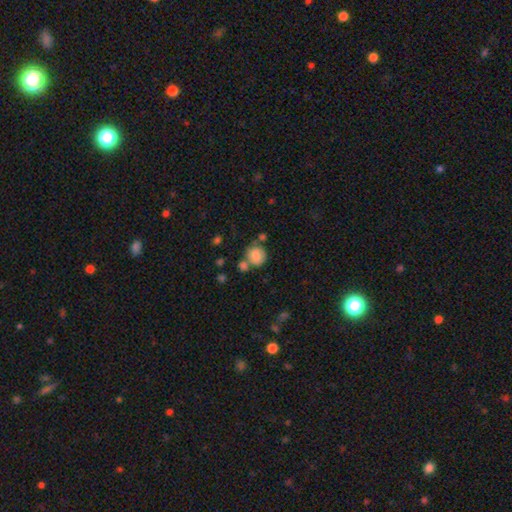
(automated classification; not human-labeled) smooth-or-featured: smooth: 72% | featured or disk: 19% | star or artifact: 9%
  how-rounded: round: 77% | in between: 22% | cigar-shaped: 1%
  merging: none: 54% | merger: 23% | minor disturbance: 17% | major disturbance: 6%